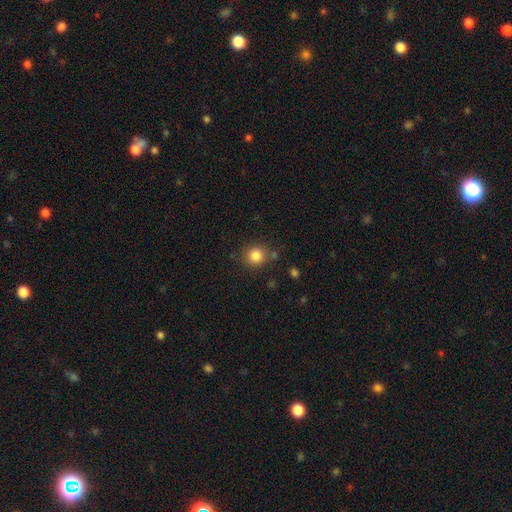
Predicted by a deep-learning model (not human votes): Overall: smooth (84%). How rounded: round (87%). Merging: none (82%).